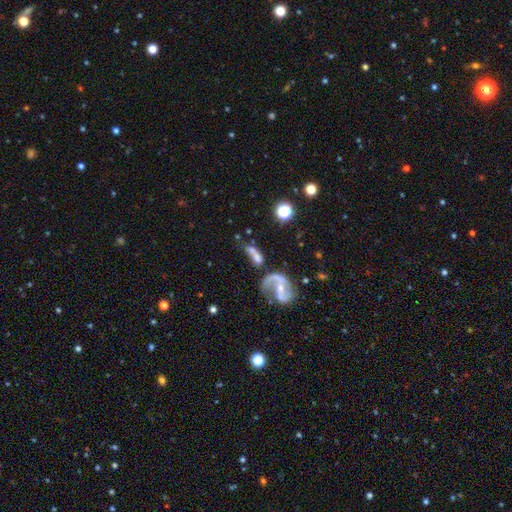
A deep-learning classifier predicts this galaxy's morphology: The model was most divided on "merging": merger: 39%, none: 28%, major disturbance: 19%, minor disturbance: 14%. More confident: edge-on disk — no (90%); smooth or featured — featured or disk (51%).